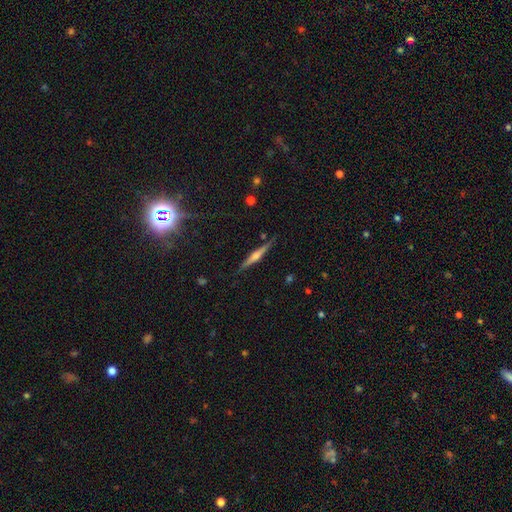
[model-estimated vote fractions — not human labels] The model was most divided on "smooth or featured": featured or disk: 72%, smooth: 21%, star or artifact: 8%. More confident: edge-on disk — yes (98%); merging — none (89%); edge-on bulge — rounded (82%).